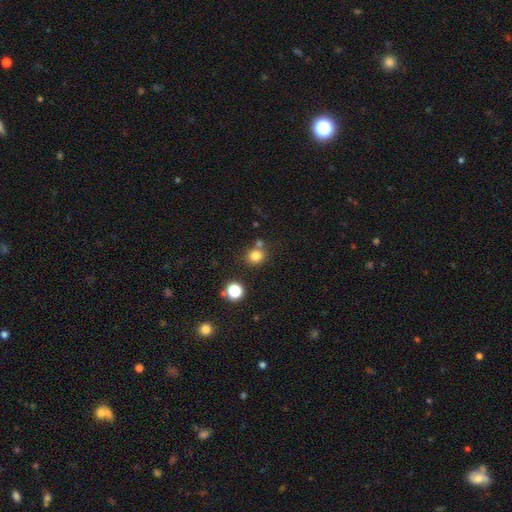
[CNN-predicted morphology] Smooth or featured?
  - smooth: 80% *
  - star or artifact: 15%
  - featured or disk: 6%
How rounded?
  - round: 82% *
  - in between: 17%
  - cigar-shaped: 1%
Merging?
  - none: 72% *
  - merger: 15%
  - minor disturbance: 10%
  - major disturbance: 3%